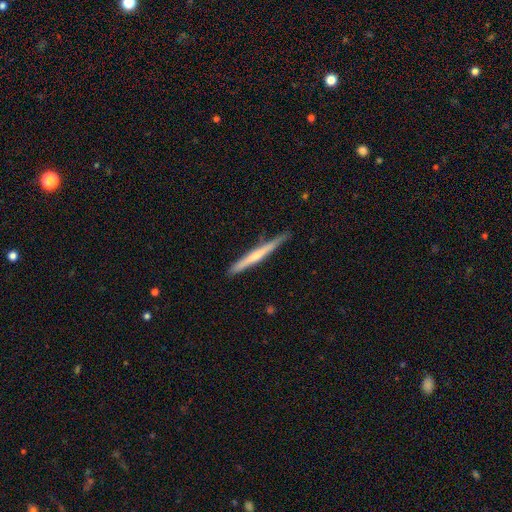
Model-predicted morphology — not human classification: type=featured or disk (52%); edge-on=yes (97%); merging=none (84%).